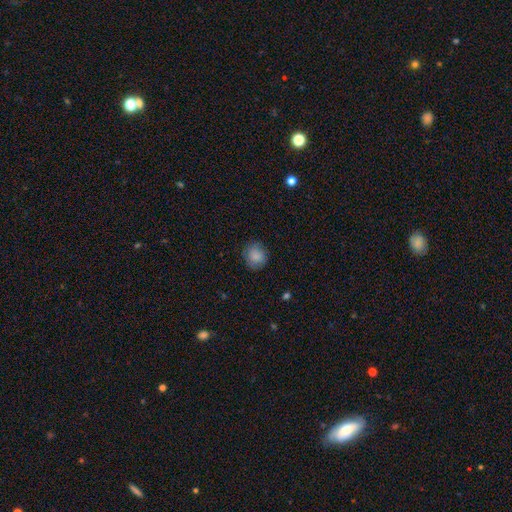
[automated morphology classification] smooth_or_featured: smooth (p=0.85) [alt: star or artifact p=0.08]
how_rounded: round (p=0.81) [alt: in between p=0.18]
merging: none (p=0.82) [alt: minor disturbance p=0.14]